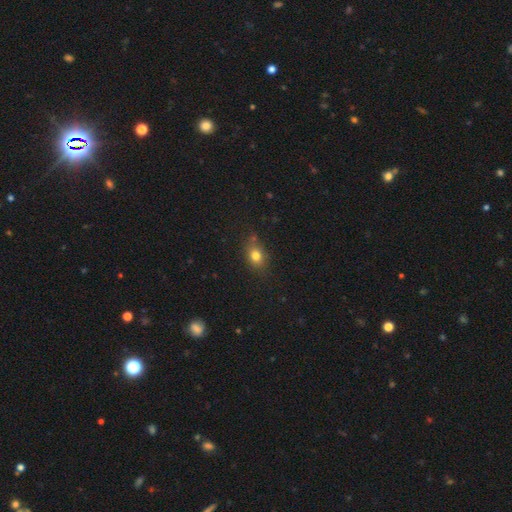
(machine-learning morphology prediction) type=smooth (79%); roundness=in between (54%); merging=none (70%).